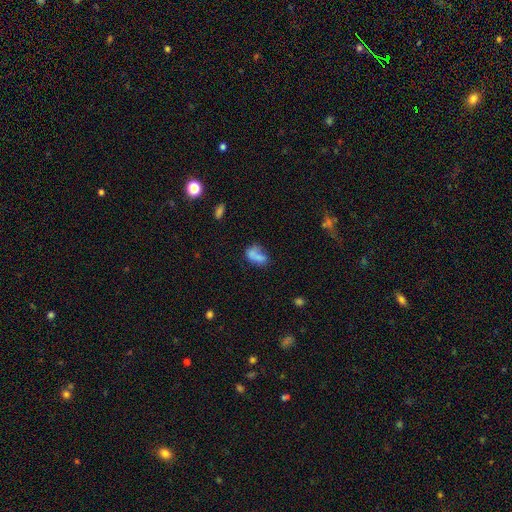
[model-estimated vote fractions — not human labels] smooth 70%, featured or disk 19%, star or artifact 11%. Down the decision tree: how rounded — in between (84%); merging — none (36%).